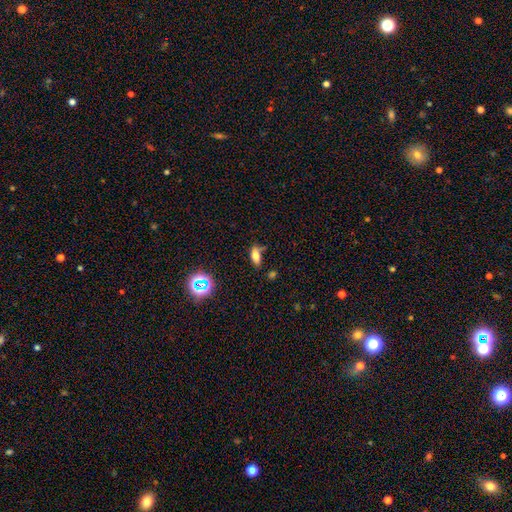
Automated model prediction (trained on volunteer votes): Q: Smooth or featured?
A: smooth (68%); runner-up: featured or disk (17%)
Q: How rounded?
A: in between (79%); runner-up: cigar-shaped (15%)
Q: Merging?
A: none (60%); runner-up: minor disturbance (23%)